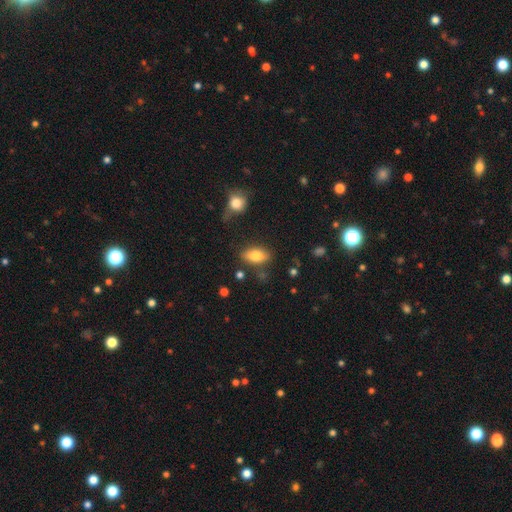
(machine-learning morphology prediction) type=smooth (78%); roundness=in between (87%); merging=none (77%).